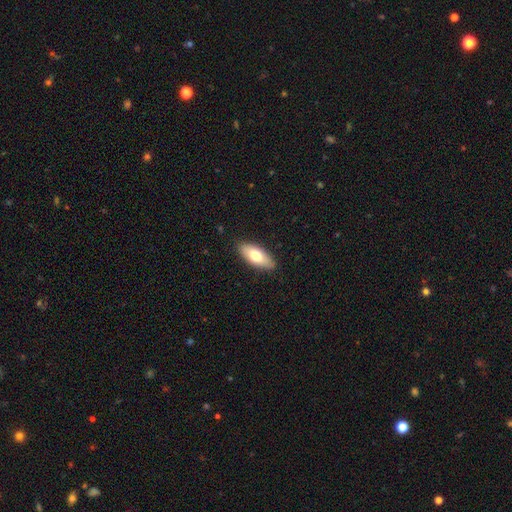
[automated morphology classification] Overall: smooth (70%). How rounded: in between (81%). Merging: none (87%).